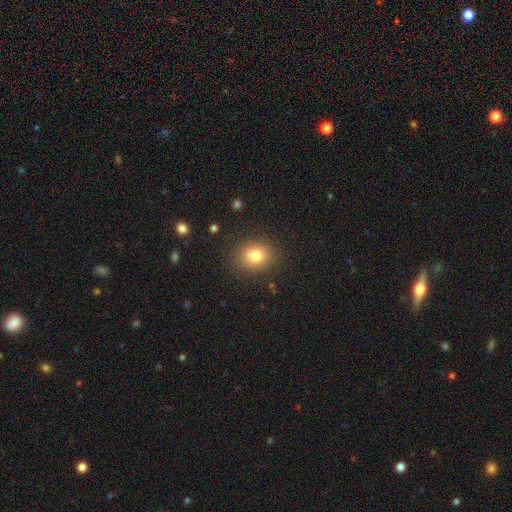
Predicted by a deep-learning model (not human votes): The model was most divided on "how rounded": round: 66%, in between: 33%, cigar-shaped: 1%. More confident: merging — none (84%); smooth or featured — smooth (78%).